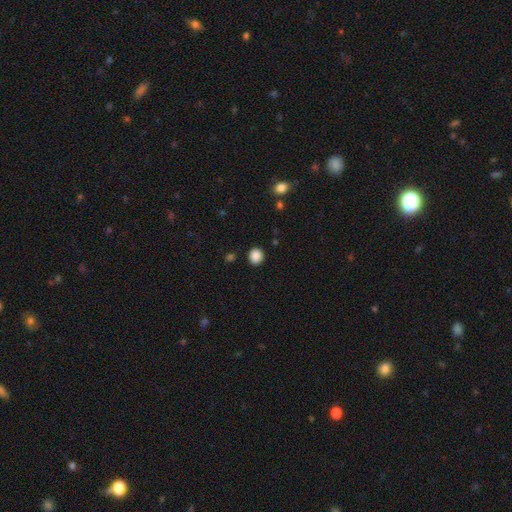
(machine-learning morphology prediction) The model was most divided on "how rounded": round: 82%, in between: 17%, cigar-shaped: 1%. More confident: merging — none (90%); smooth or featured — smooth (87%).